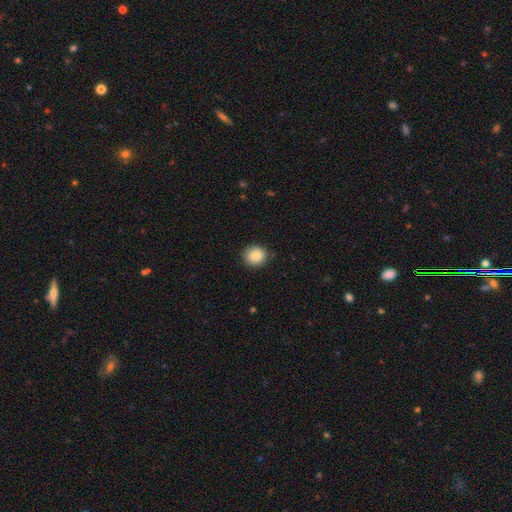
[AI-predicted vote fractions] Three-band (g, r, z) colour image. It shows a smooth galaxy with no disk features (85%) that is round (87%). Merging: none (88%).